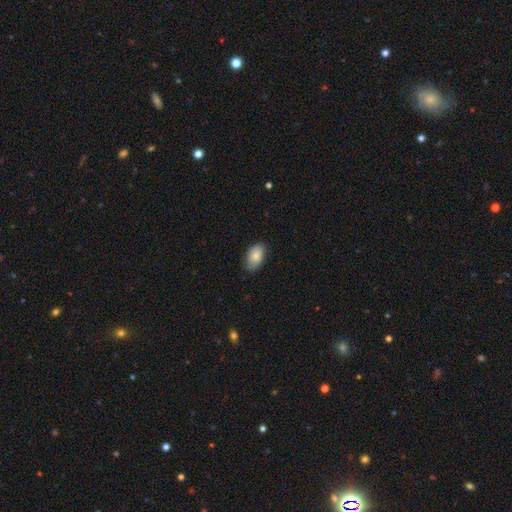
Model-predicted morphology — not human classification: Smooth or featured?
  - smooth: 81% *
  - featured or disk: 12%
  - star or artifact: 7%
How rounded?
  - in between: 92% *
  - round: 7%
  - cigar-shaped: 1%
Merging?
  - none: 77% *
  - minor disturbance: 19%
  - major disturbance: 3%
  - merger: 1%